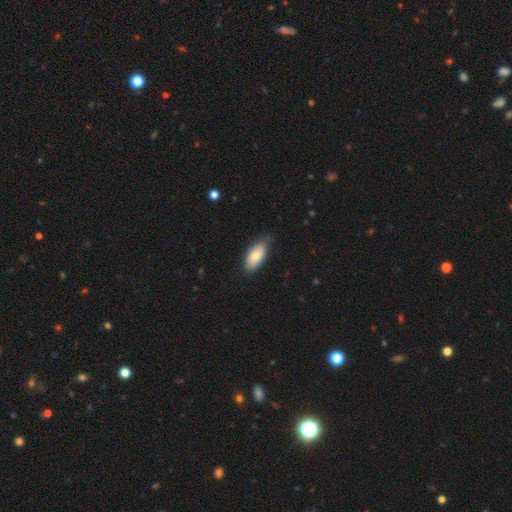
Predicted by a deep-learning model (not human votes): Q: Smooth or featured?
A: smooth (78%); runner-up: featured or disk (15%)
Q: How rounded?
A: in between (87%); runner-up: cigar-shaped (10%)
Q: Merging?
A: none (77%); runner-up: minor disturbance (20%)